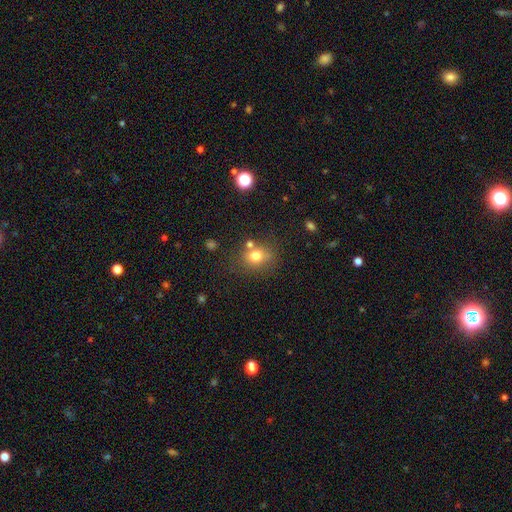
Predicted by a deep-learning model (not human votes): A smooth galaxy with no disk features (74%) that is round (62%). Merging: none (64%).